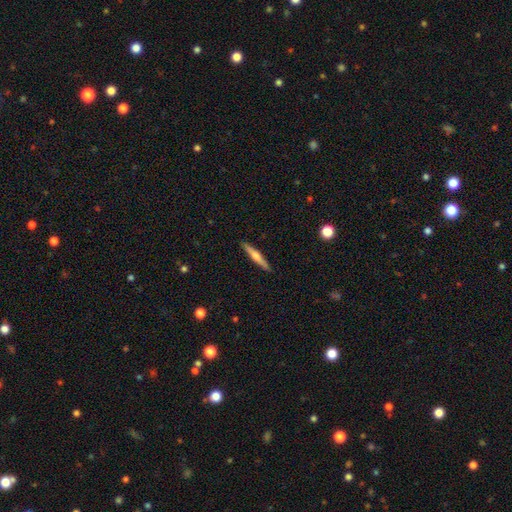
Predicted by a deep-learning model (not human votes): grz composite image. It shows a featured or disk galaxy (56%) viewed edge-on (97%) with a rounded central bulge (85%). Merging: none (91%).